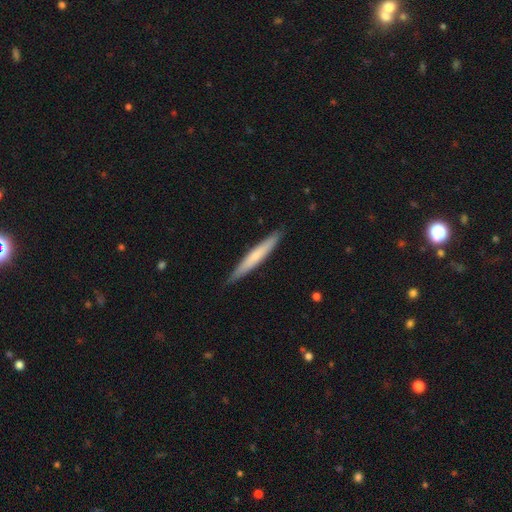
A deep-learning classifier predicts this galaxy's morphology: The model was most divided on "smooth or featured": smooth: 61%, featured or disk: 34%, star or artifact: 5%. More confident: how rounded — cigar-shaped (95%); merging — none (89%).